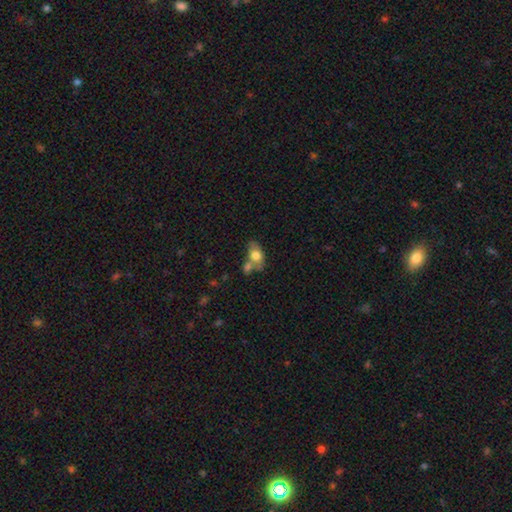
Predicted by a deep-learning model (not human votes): A smooth galaxy with no disk features (72%) that is in between round and cigar-shaped (83%).

Vote fractions:
- Smooth or featured? smooth: 72% / featured or disk: 20% / star or artifact: 7%
- How rounded? in between: 83% / round: 14% / cigar-shaped: 3%
- Merging? none: 39% / merger: 38% / minor disturbance: 16% / major disturbance: 7%